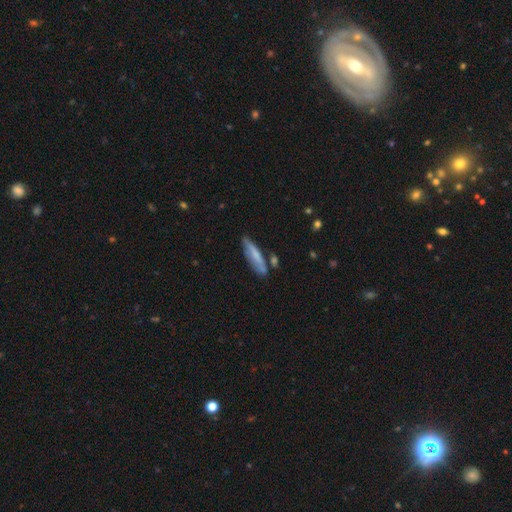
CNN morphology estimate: A smooth galaxy with no disk features (64%) that is cigar-shaped (78%).

Vote fractions:
- Smooth or featured? smooth: 64% / featured or disk: 29% / star or artifact: 6%
- How rounded? cigar-shaped: 78% / in between: 21% / round: 2%
- Merging? none: 69% / minor disturbance: 19% / merger: 7% / major disturbance: 4%